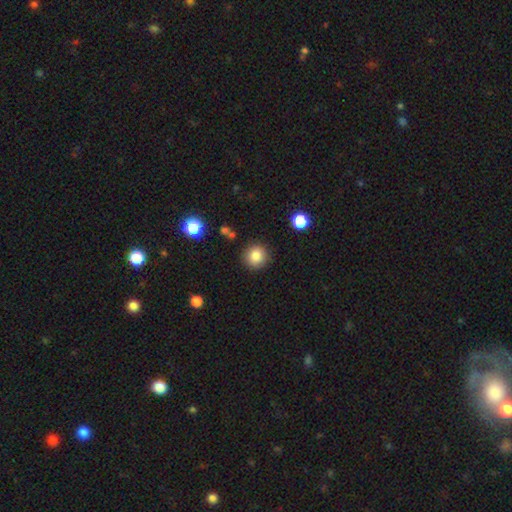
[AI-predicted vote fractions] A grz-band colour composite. It shows a smooth galaxy with no disk features (84%) that is round (93%). Merging: none (88%).